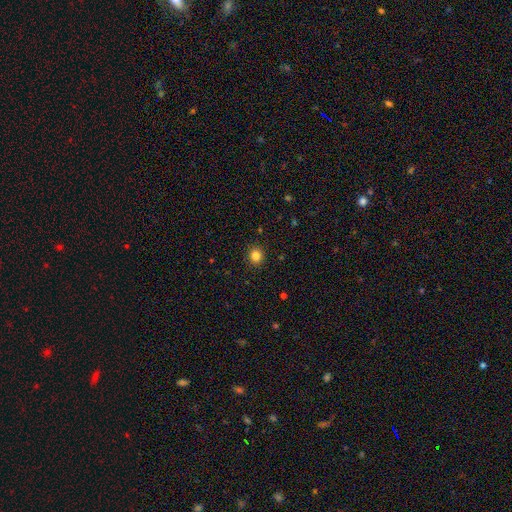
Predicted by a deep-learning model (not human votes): Smooth or featured?
  - smooth: 83% *
  - star or artifact: 12%
  - featured or disk: 5%
How rounded?
  - round: 86% *
  - in between: 13%
  - cigar-shaped: 1%
Merging?
  - none: 92% *
  - minor disturbance: 6%
  - major disturbance: 2%
  - merger: 1%